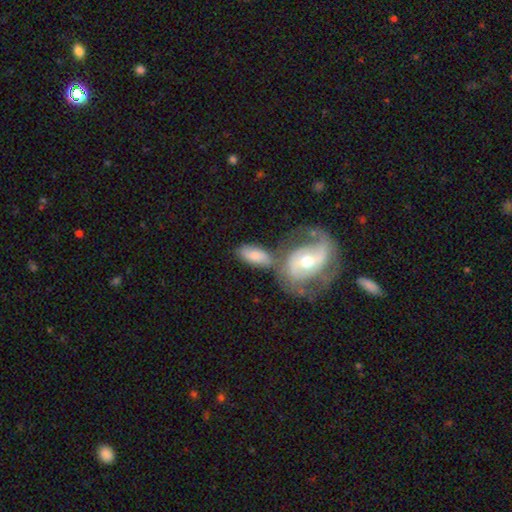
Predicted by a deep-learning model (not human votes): The model was most divided on "merging": none: 39%, merger: 36%, minor disturbance: 17%, major disturbance: 8%. More confident: how rounded — in between (84%); smooth or featured — smooth (59%).